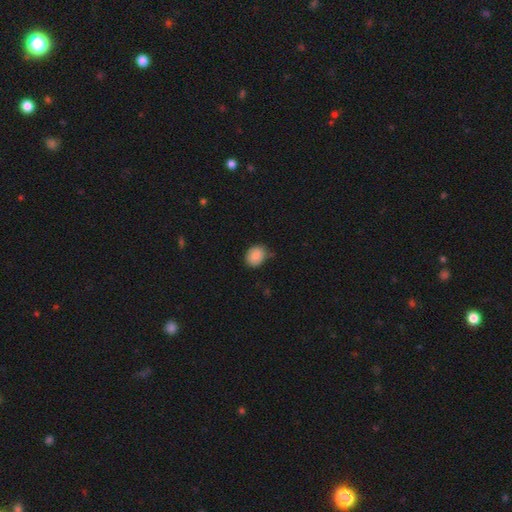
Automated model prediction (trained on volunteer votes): Morphology: type=smooth (87%); roundness=round (62%); merging=none (77%).